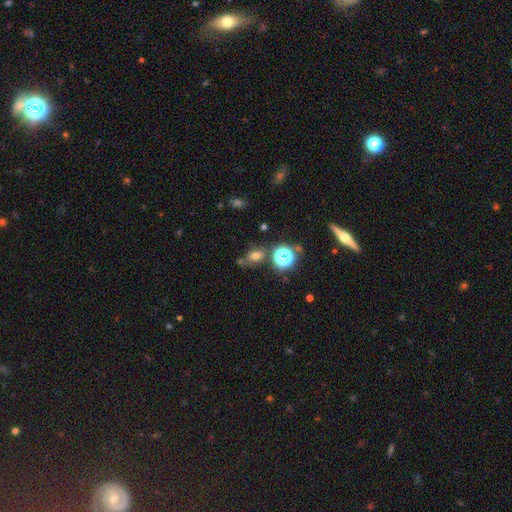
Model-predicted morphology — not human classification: type=smooth (59%); roundness=in between (63%); merging=none (65%).